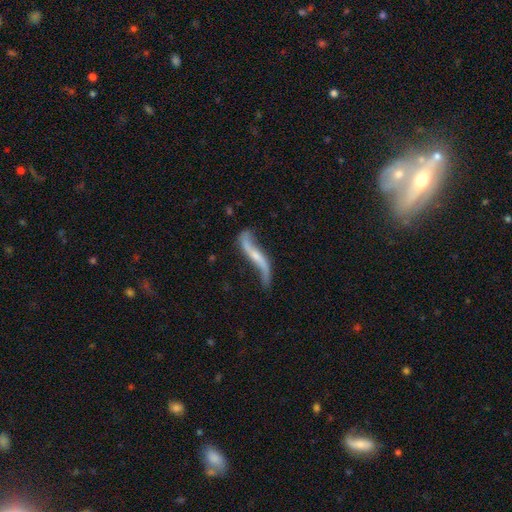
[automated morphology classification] type=featured or disk (84%); edge-on=no (75%); bar=no (45%); spiral arms=yes (92%); winding=loose (94%); arm count=2 (92%); bulge=small (61%); merging=none (60%).